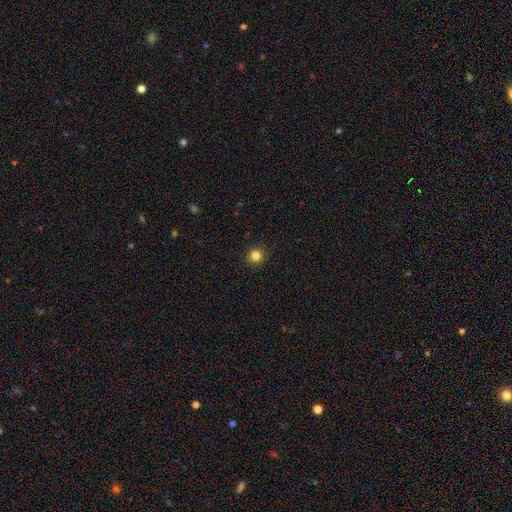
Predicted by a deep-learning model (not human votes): A smooth galaxy with no disk features (83%) that is round (94%).

Vote fractions:
- Smooth or featured? smooth: 83% / star or artifact: 13% / featured or disk: 5%
- How rounded? round: 94% / in between: 5% / cigar-shaped: 1%
- Merging? none: 91% / minor disturbance: 6% / major disturbance: 2% / merger: 1%